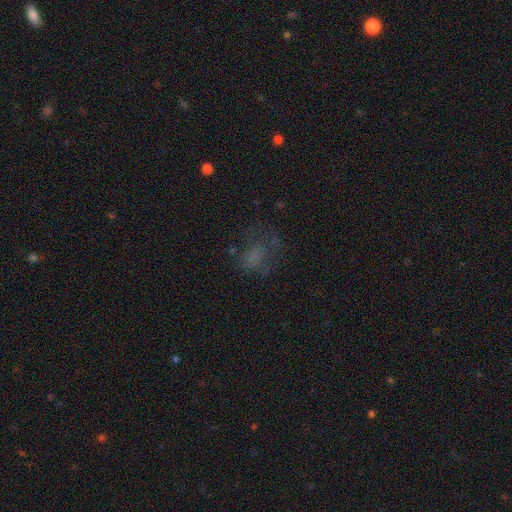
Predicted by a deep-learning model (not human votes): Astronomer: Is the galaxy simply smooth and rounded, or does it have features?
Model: smooth — 51%.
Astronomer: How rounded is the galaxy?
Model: in between — 66%.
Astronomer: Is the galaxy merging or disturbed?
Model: none — 46% (runner-up: major disturbance, 30%).